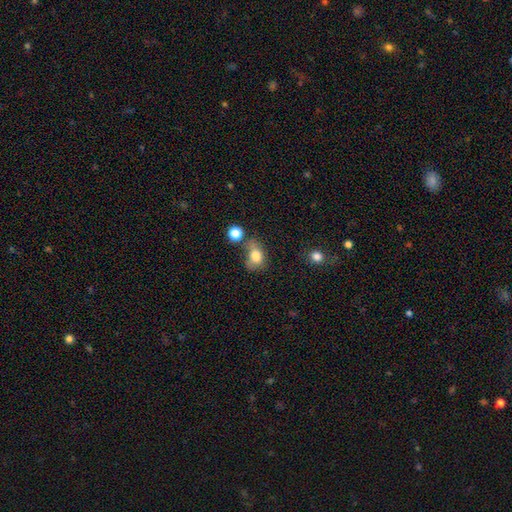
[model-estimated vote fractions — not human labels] A smooth galaxy with no disk features (76%) that is in between round and cigar-shaped (62%). Merging: none (36%).